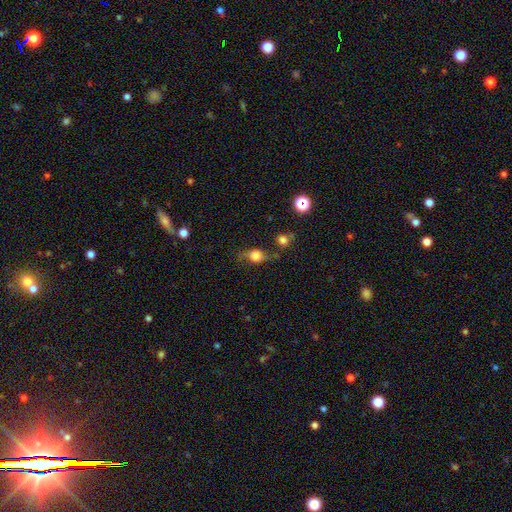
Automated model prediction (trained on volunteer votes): smooth_or_featured: smooth (p=0.60) [alt: featured or disk p=0.27]
how_rounded: round (p=0.59) [alt: in between p=0.37]
merging: none (p=0.54) [alt: minor disturbance p=0.24]